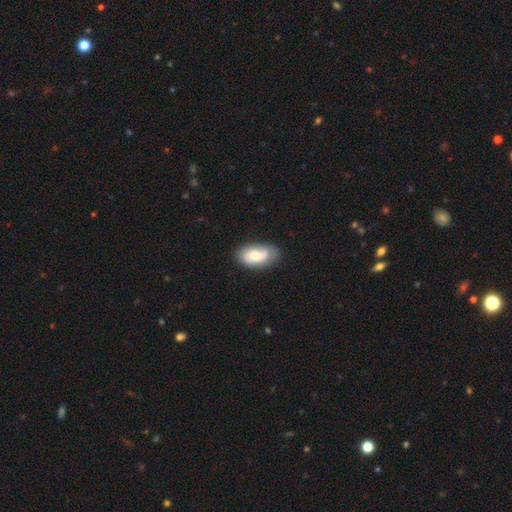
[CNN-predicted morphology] This is likely a smooth galaxy (66%). How rounded: clearly in between (93%). Merging: likely none (67%).